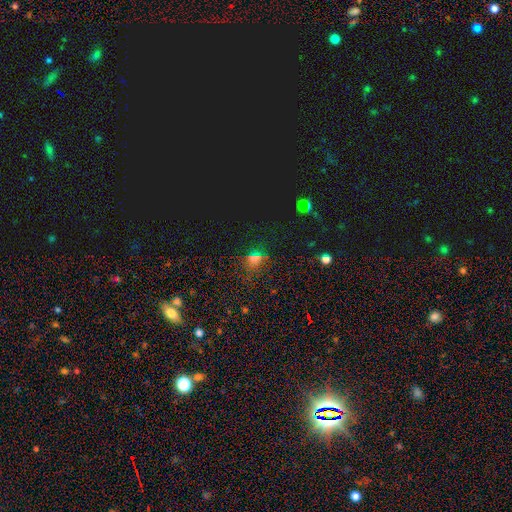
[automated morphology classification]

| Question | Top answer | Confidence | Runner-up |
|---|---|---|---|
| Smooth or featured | star or artifact | 50% | smooth (41%) |